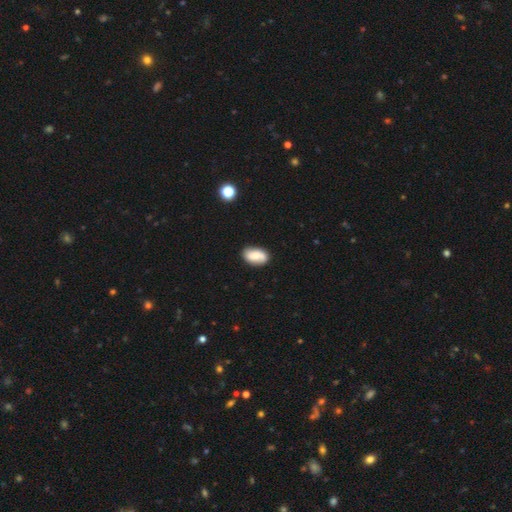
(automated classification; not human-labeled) The model was most divided on "smooth or featured": smooth: 66%, featured or disk: 26%, star or artifact: 8%. More confident: how rounded — in between (92%); merging — none (81%).